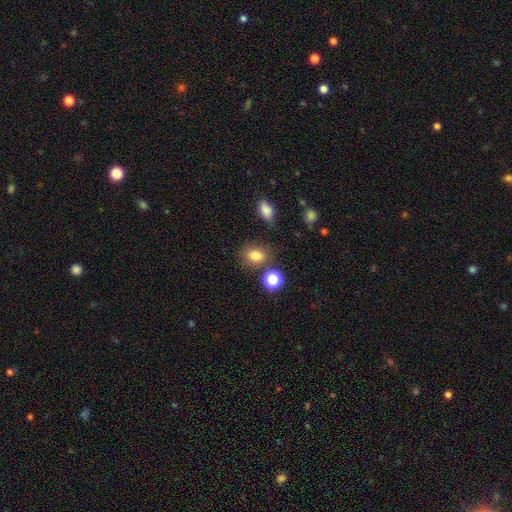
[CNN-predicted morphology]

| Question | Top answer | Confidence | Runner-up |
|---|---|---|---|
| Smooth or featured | smooth | 80% | star or artifact (13%) |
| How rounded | in between | 53% | round (46%) |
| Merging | none | 75% | minor disturbance (13%) |